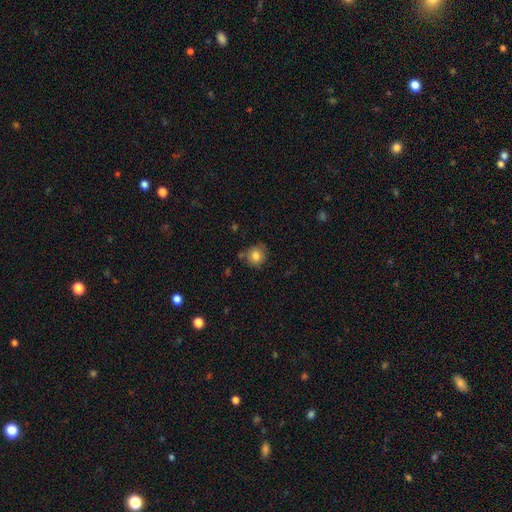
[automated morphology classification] Q: Smooth or featured?
A: smooth (80%); runner-up: featured or disk (11%)
Q: How rounded?
A: round (84%); runner-up: in between (15%)
Q: Merging?
A: none (70%); runner-up: minor disturbance (20%)